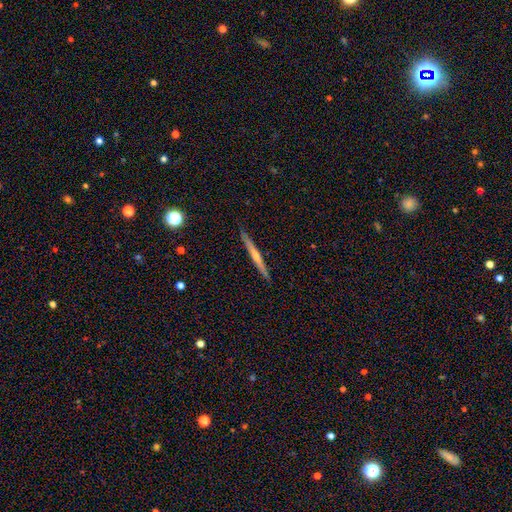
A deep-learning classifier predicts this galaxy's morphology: This is likely a featured or disk galaxy (64%). It is clearly viewed edge-on (98%). Edge-on bulge: possibly rounded (56%). Merging: clearly none (91%).